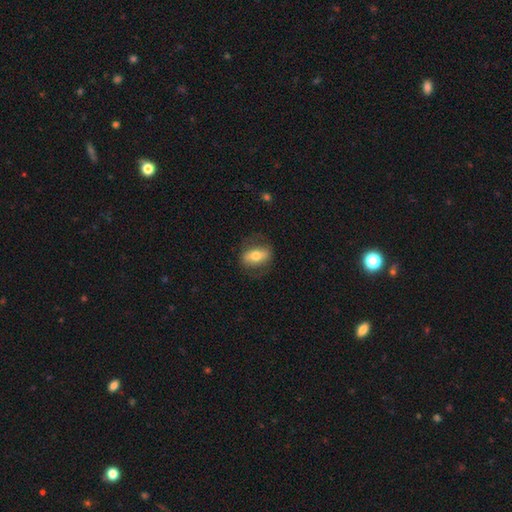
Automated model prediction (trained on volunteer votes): Q: Smooth or featured?
A: smooth (58%); runner-up: featured or disk (35%)
Q: How rounded?
A: in between (83%); runner-up: round (12%)
Q: Merging?
A: none (76%); runner-up: minor disturbance (15%)